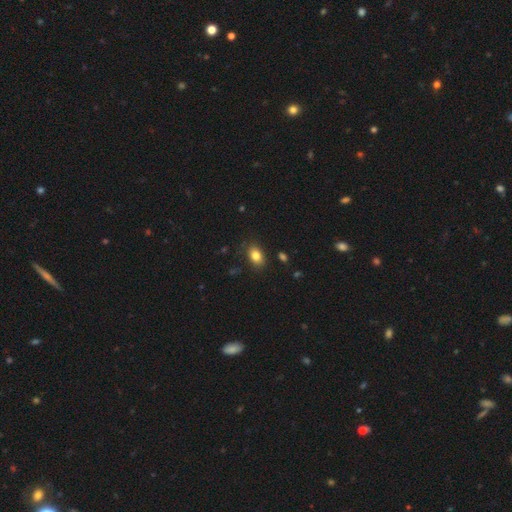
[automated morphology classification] Smooth or featured?
  - smooth: 83% *
  - star or artifact: 9%
  - featured or disk: 8%
How rounded?
  - in between: 81% *
  - round: 17%
  - cigar-shaped: 1%
Merging?
  - none: 83% *
  - minor disturbance: 12%
  - major disturbance: 3%
  - merger: 2%